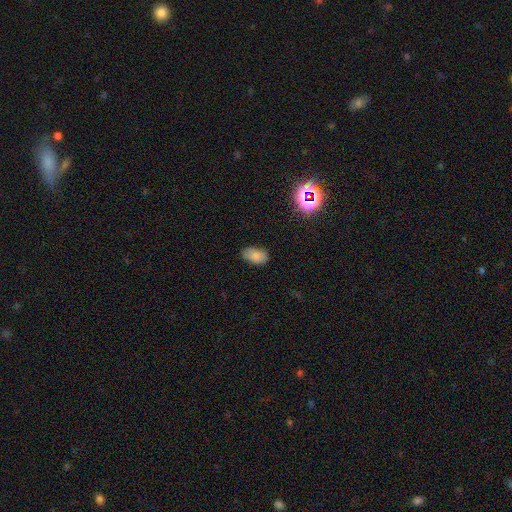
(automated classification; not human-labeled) The model was most divided on "merging": none: 80%, minor disturbance: 15%, major disturbance: 3%, merger: 1%. More confident: how rounded — in between (91%); smooth or featured — smooth (82%).